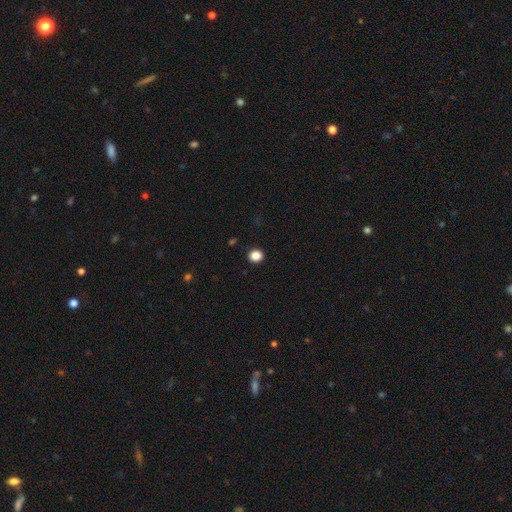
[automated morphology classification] Q: Smooth or featured?
A: smooth (86%); runner-up: star or artifact (11%)
Q: How rounded?
A: round (83%); runner-up: in between (16%)
Q: Merging?
A: none (92%); runner-up: minor disturbance (5%)